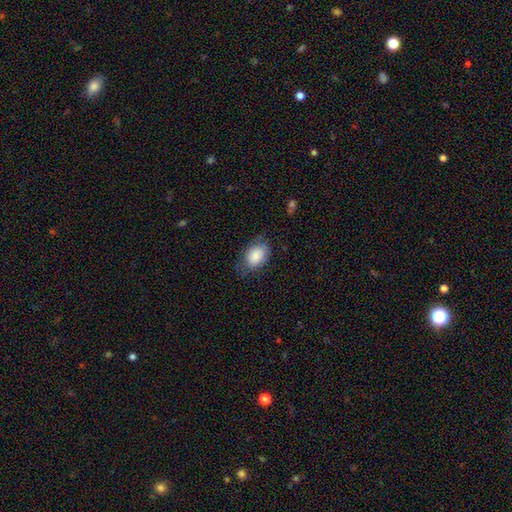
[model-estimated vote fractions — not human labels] Smooth or featured: smooth — 83% (featured or disk — 10%)
How rounded: in between — 83% (round — 16%)
Merging: none — 63% (minor disturbance — 27%)